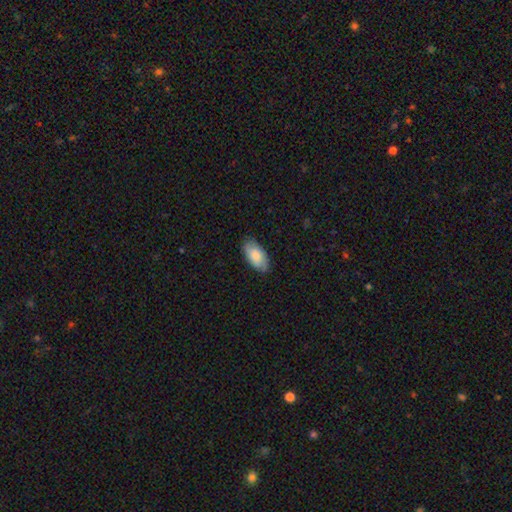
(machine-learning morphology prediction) smooth 81%, featured or disk 13%, star or artifact 6%. Down the decision tree: how rounded — in between (94%); merging — none (82%).